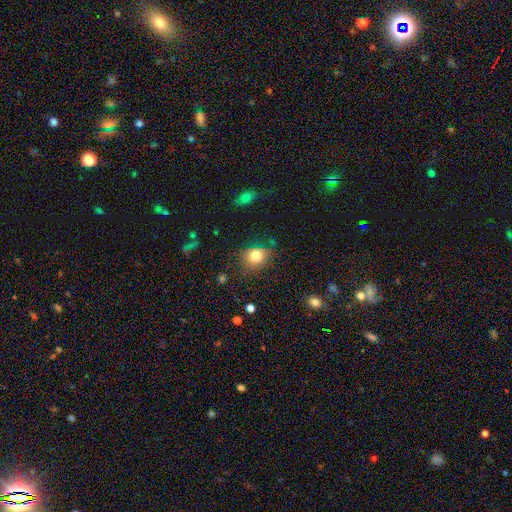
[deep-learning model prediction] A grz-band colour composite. It shows a smooth galaxy with no disk features (78%) that is round (64%). Merging: none (76%).